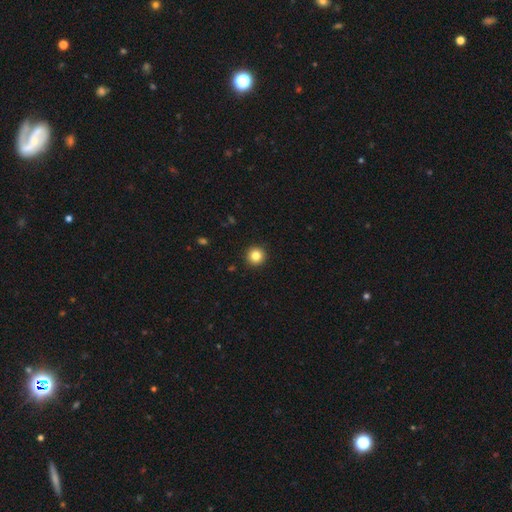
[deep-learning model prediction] Smooth or featured: smooth — 84% (star or artifact — 11%)
How rounded: round — 95% (in between — 4%)
Merging: none — 93% (minor disturbance — 4%)